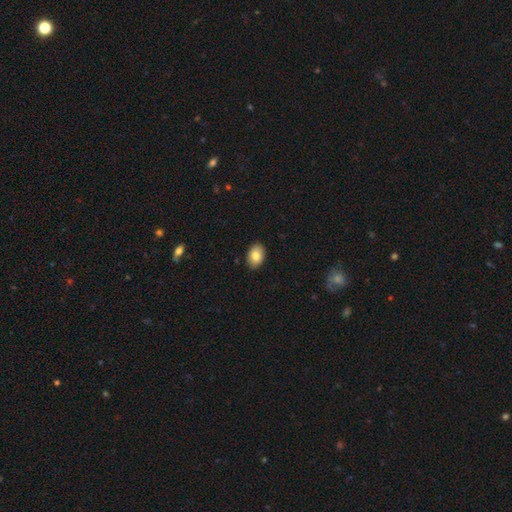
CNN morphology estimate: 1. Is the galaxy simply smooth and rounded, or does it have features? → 83% smooth, 10% featured or disk, 7% star or artifact.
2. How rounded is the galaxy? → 83% in between, 16% round, 1% cigar-shaped.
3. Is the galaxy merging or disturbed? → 89% none, 9% minor disturbance, 2% major disturbance, 1% merger.